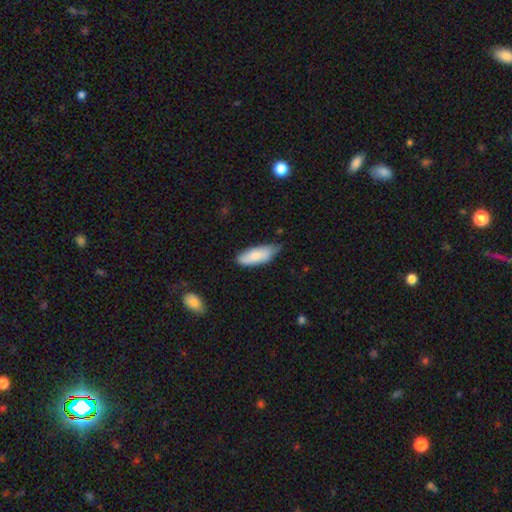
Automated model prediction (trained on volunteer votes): This appears to be a smooth galaxy with no disk features (82%) that is in between round and cigar-shaped (73%). Merging: none (59%).